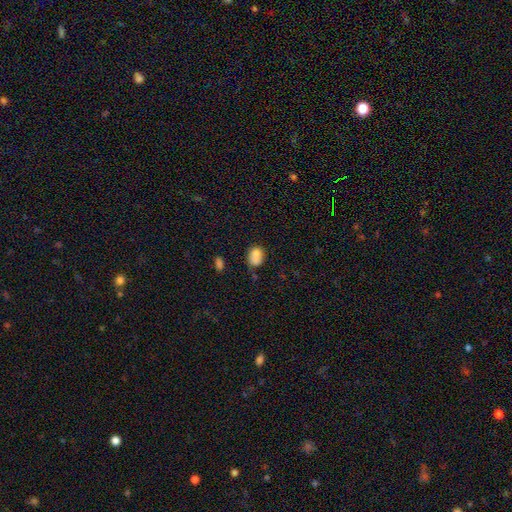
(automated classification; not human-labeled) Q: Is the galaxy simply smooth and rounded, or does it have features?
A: smooth — 82%.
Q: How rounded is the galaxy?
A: in between — 66%.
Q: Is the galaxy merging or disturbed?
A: none — 51%.